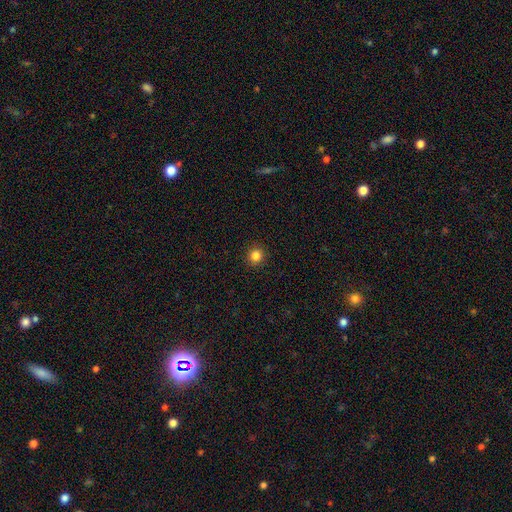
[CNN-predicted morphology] This is clearly a smooth galaxy (84%). How rounded: clearly round (92%). Merging: clearly none (92%).